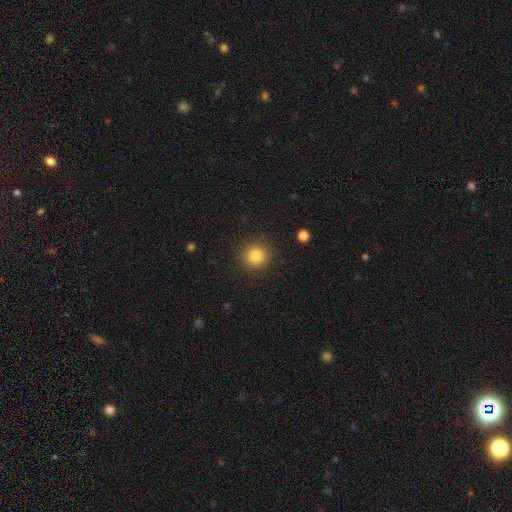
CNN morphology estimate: smooth_or_featured: smooth (p=0.83) [alt: star or artifact p=0.11]
how_rounded: round (p=0.93) [alt: in between p=0.06]
merging: none (p=0.89) [alt: minor disturbance p=0.07]